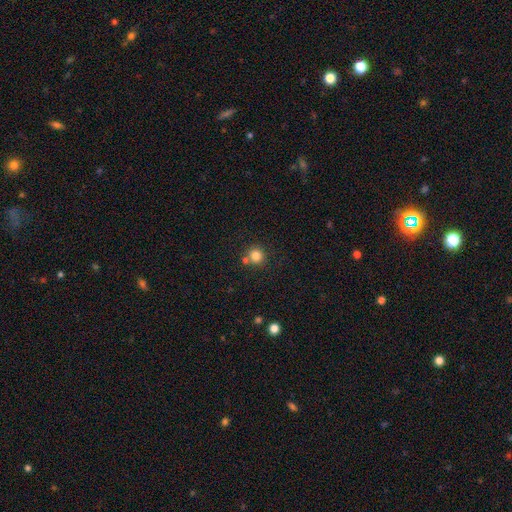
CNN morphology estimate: Smooth or featured? Predicted: smooth (p=0.82). How rounded? Predicted: round (p=0.91). Merging? Predicted: none (p=0.69).